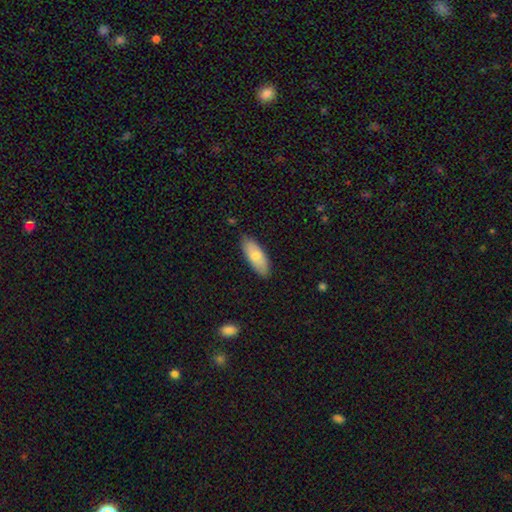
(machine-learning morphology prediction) A smooth galaxy with no disk features (76%) that is in between round and cigar-shaped (78%). Merging: none (82%).